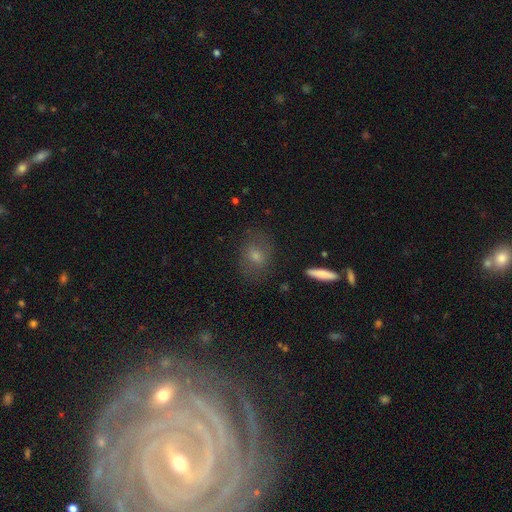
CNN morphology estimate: This is possibly a smooth galaxy (46%). Merging: likely none (77%).